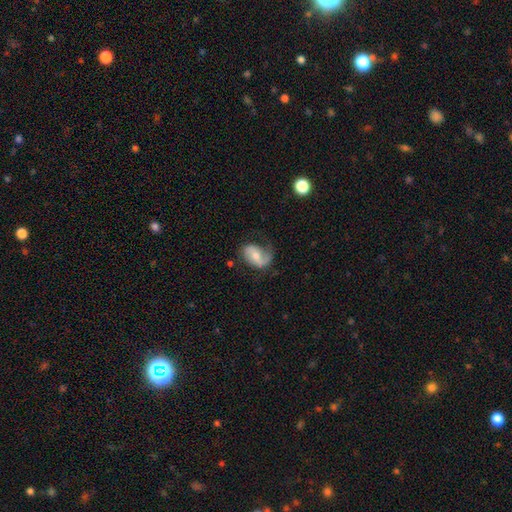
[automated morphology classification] This is likely a featured or disk galaxy (64%). It is clearly not viewed edge-on (97%). Bar: marginally no (45%). Spiral arm pattern: clearly yes (88%). Spiral arm count: possibly 2 (57%). Spiral winding: marginally loose (45%). Central bulge: possibly moderate (52%). Merging: possibly none (50%).